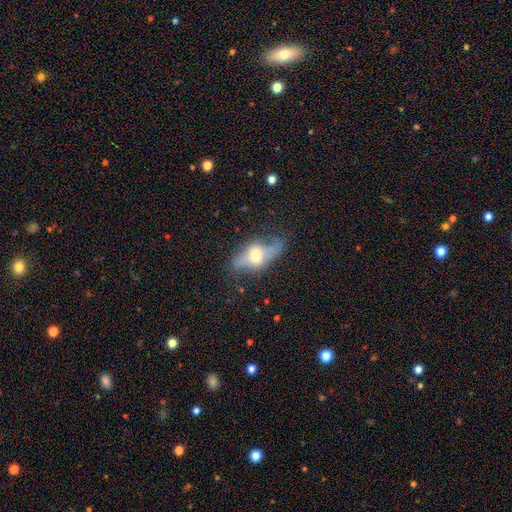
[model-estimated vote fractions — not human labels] Smooth or featured: featured or disk — 60% (smooth — 32%)
Edge-on disk: no — 64% (yes — 36%)
Merging: none — 55% (minor disturbance — 25%)